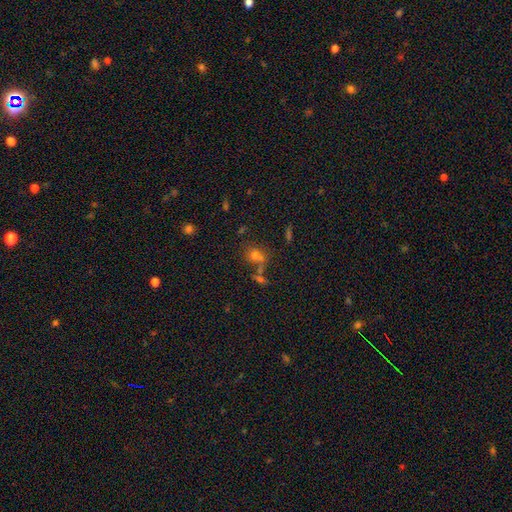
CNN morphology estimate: Smooth or featured: smooth — 61% (star or artifact — 24%)
How rounded: round — 68% (in between — 30%)
Merging: none — 53% (merger — 27%)